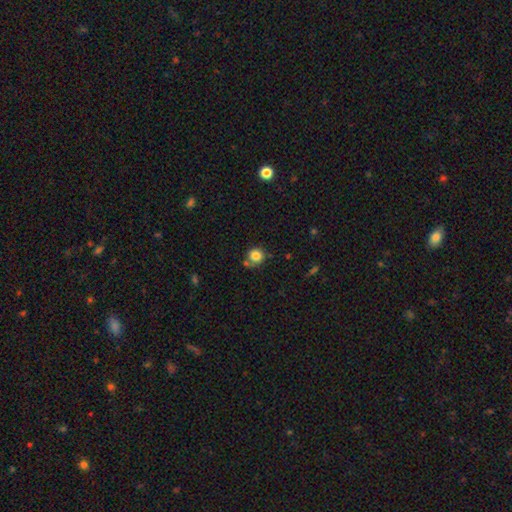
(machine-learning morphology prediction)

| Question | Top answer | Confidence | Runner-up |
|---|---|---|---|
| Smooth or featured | smooth | 82% | star or artifact (11%) |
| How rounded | round | 87% | in between (13%) |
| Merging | none | 64% | minor disturbance (17%) |